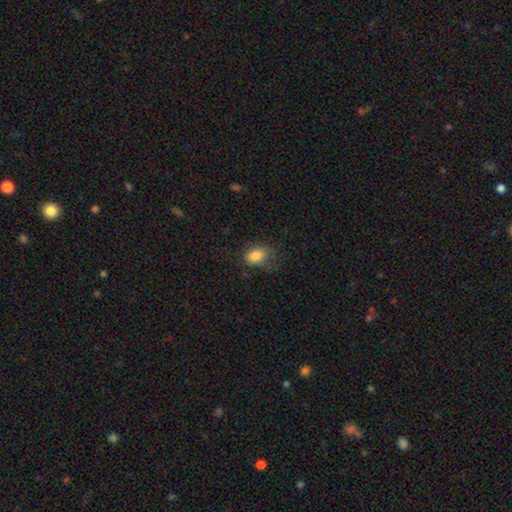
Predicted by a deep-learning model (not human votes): A smooth galaxy with no disk features (83%) that is in between round and cigar-shaped (83%). Merging: none (61%).